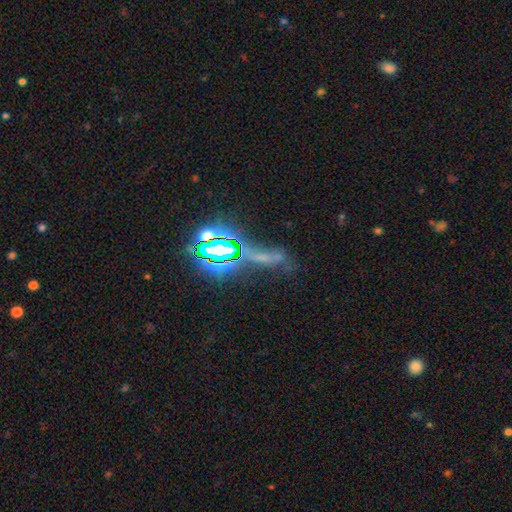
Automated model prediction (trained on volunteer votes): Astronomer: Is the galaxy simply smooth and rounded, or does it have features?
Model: star or artifact — 71%.